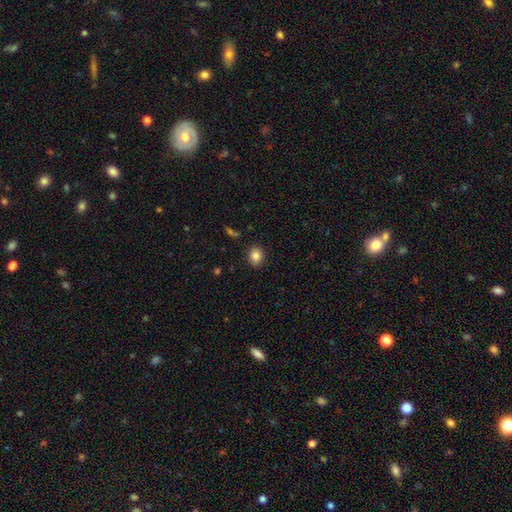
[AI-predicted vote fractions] Smooth or featured?
  - smooth: 85% *
  - star or artifact: 10%
  - featured or disk: 5%
How rounded?
  - round: 62% *
  - in between: 37%
  - cigar-shaped: 1%
Merging?
  - none: 89% *
  - minor disturbance: 8%
  - major disturbance: 2%
  - merger: 1%